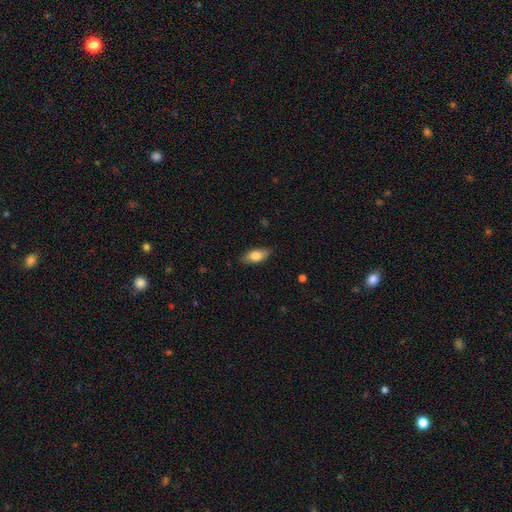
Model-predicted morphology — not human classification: Smooth or featured? smooth (78%)
How rounded? in between (87%)
Merging? none (84%)